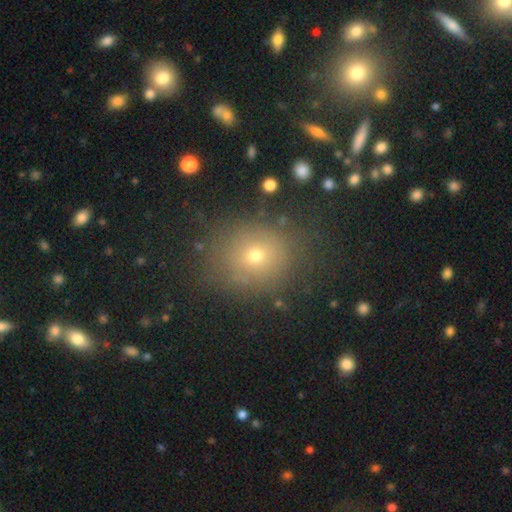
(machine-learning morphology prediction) A smooth galaxy with no disk features (65%) that is round (74%). Merging: none (83%).